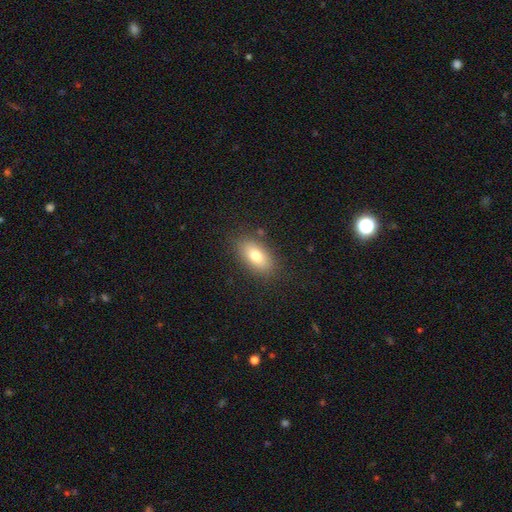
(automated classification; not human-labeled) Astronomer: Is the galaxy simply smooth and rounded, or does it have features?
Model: smooth — 77%.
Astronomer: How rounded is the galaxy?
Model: in between — 88%.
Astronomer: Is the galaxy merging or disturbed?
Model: none — 85%.